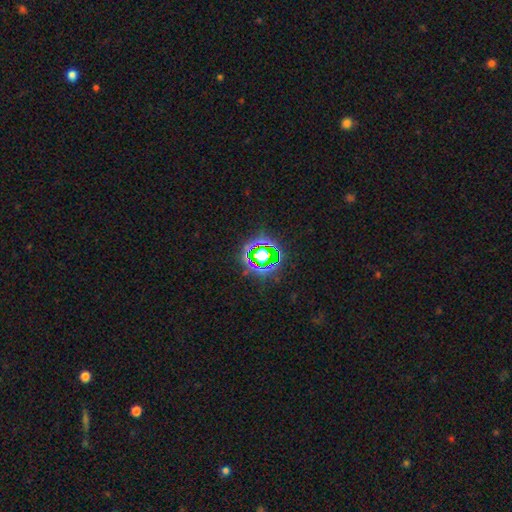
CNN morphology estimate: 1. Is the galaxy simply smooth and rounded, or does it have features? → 80% star or artifact, 13% smooth, 7% featured or disk.